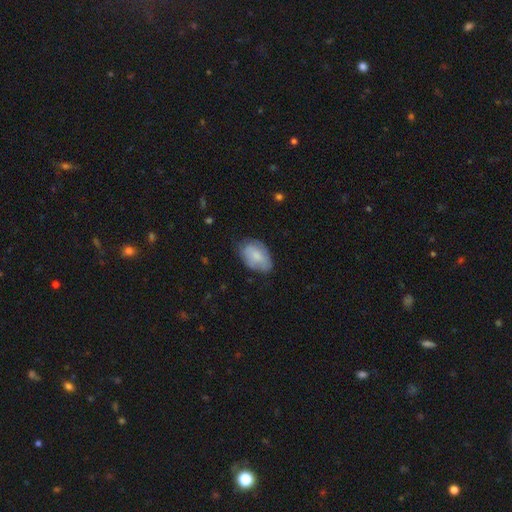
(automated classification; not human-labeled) A smooth galaxy with no disk features (70%) that is in between round and cigar-shaped (90%).

Vote fractions:
- Smooth or featured? smooth: 70% / featured or disk: 23% / star or artifact: 7%
- How rounded? in between: 90% / round: 9% / cigar-shaped: 1%
- Merging? none: 64% / minor disturbance: 28% / major disturbance: 7% / merger: 1%